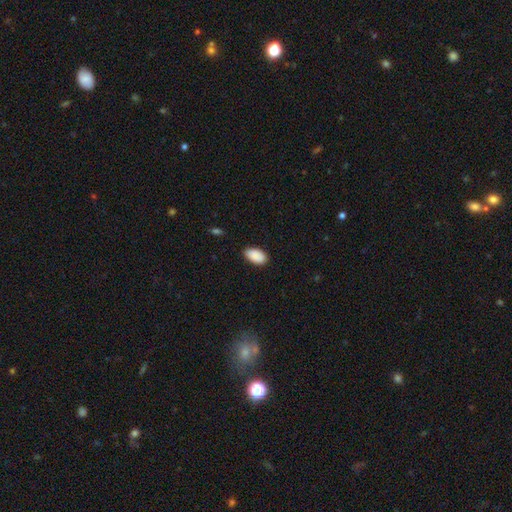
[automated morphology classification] The model was most divided on "merging": none: 85%, minor disturbance: 11%, major disturbance: 2%, merger: 1%. More confident: how rounded — in between (95%); smooth or featured — smooth (91%).